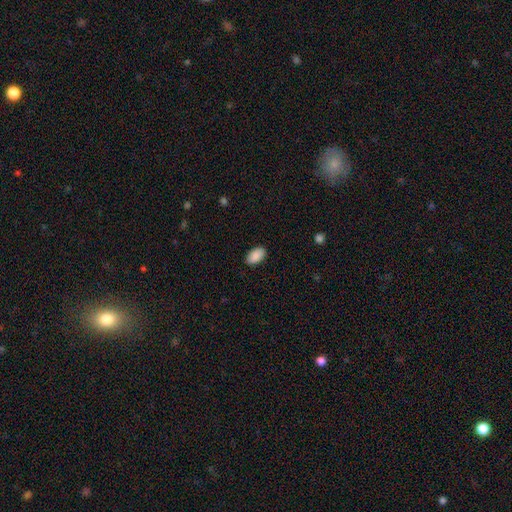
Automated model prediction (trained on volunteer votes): Overall: smooth (90%). How rounded: in between (95%). Merging: none (87%).